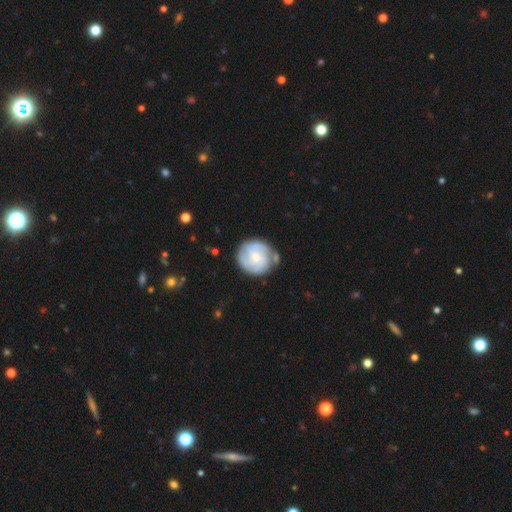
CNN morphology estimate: A featured or disk galaxy (64%) with no bar (60%), tight (53%) spiral arms (87%) and a small central bulge (53%).

Vote fractions:
- Smooth or featured? featured or disk: 64% / smooth: 30% / star or artifact: 6%
- Edge-on disk? no: 98% / yes: 2%
- Bar? no: 60% / weak: 35% / strong: 5%
- Spiral arms? yes: 87% / no: 13%
- Spiral winding? tight: 53% / medium: 35% / loose: 12%
- Spiral arm count? can't tell: 32% / 2: 28% / 3: 25% / 4: 7% / 1: 5% / more than 4: 4%
- Bulge size? small: 53% / moderate: 34% / none: 8% / large: 4% / dominant: 1%
- Merging? none: 70% / minor disturbance: 18% / major disturbance: 7% / merger: 5%